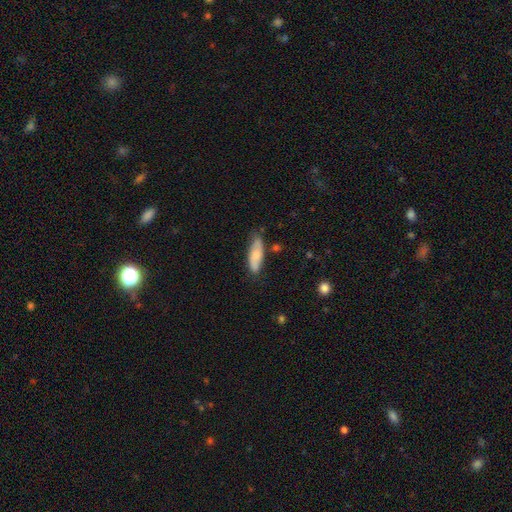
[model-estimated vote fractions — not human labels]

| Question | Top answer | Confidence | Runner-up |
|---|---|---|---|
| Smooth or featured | smooth | 71% | featured or disk (23%) |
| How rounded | in between | 58% | cigar-shaped (40%) |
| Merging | none | 72% | minor disturbance (22%) |